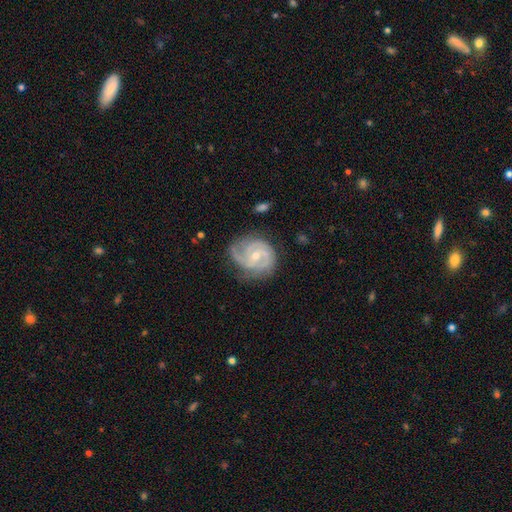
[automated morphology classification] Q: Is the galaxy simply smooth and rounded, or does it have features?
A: featured or disk — 88%.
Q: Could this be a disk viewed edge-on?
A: no — 98%.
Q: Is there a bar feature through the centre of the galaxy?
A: no — 55%.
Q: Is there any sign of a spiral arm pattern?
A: yes — 97%.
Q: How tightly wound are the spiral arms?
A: tight — 51%.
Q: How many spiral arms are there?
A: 2 — 39%.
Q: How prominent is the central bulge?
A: small — 53%.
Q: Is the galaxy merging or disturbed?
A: none — 65%.